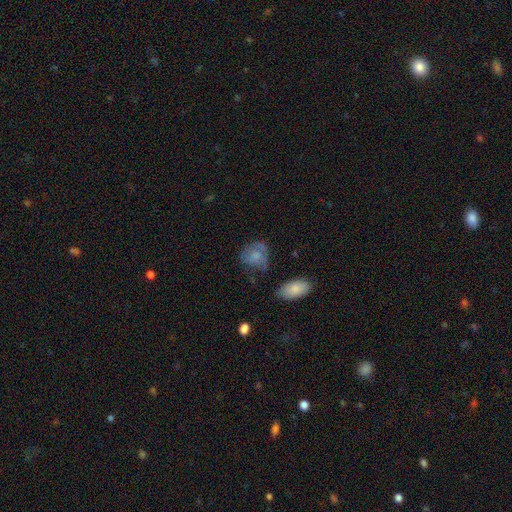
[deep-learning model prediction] smooth_or_featured: smooth (p=0.64) [alt: featured or disk p=0.27]
how_rounded: round (p=0.58) [alt: in between p=0.41]
merging: none (p=0.48) [alt: minor disturbance p=0.29]